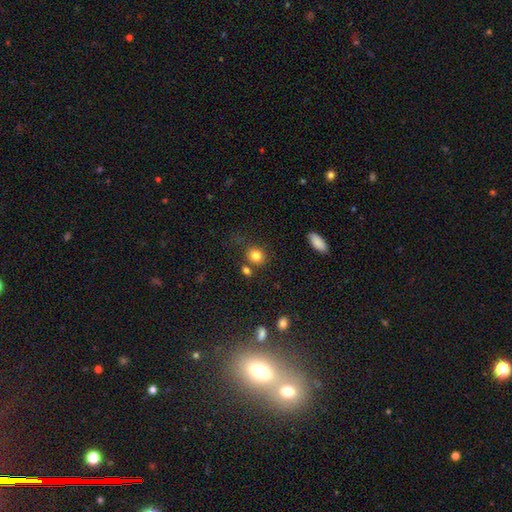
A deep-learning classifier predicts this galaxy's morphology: The model was most divided on "how rounded": round: 74%, in between: 25%, cigar-shaped: 1%. More confident: smooth or featured — smooth (83%); merging — none (73%).